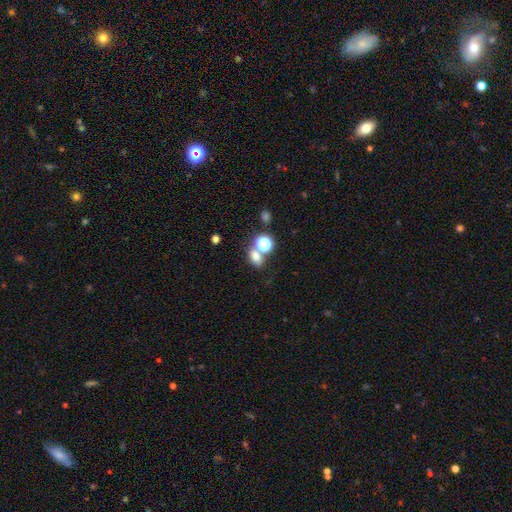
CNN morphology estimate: smooth-or-featured: smooth: 70% | star or artifact: 21% | featured or disk: 9%
  how-rounded: in between: 63% | round: 35% | cigar-shaped: 2%
  merging: none: 56% | merger: 29% | minor disturbance: 10% | major disturbance: 5%